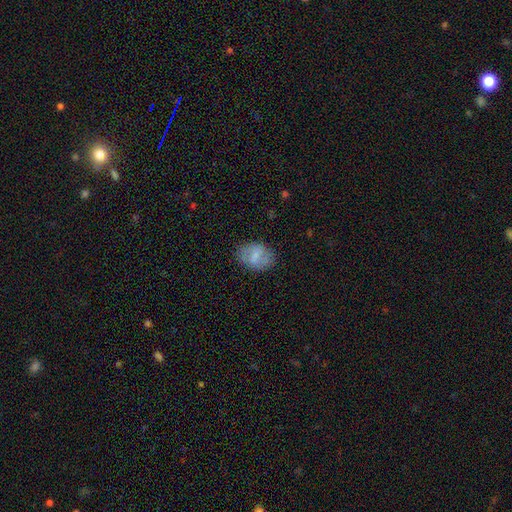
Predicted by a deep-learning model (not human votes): Smooth or featured? Predicted: smooth (p=0.59). How rounded? Predicted: in between (p=0.70). Merging? Predicted: none (p=0.75).